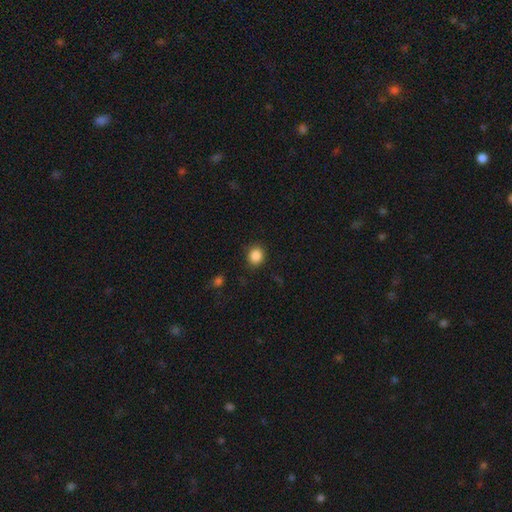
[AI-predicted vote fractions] This is clearly a smooth galaxy (87%). How rounded: likely round (79%). Merging: clearly none (88%).